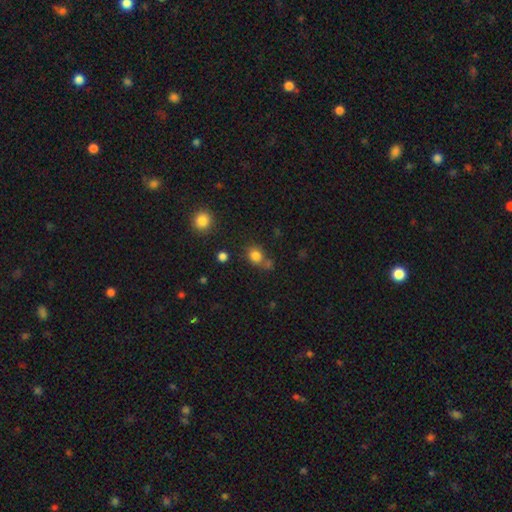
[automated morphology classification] A smooth galaxy with no disk features (80%) that is round (68%). Merging: none (57%).